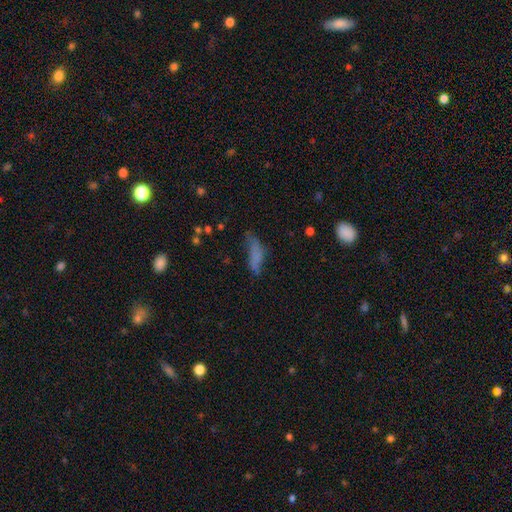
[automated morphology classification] The model was most divided on "merging": none: 40%, minor disturbance: 30%, major disturbance: 25%, merger: 5%. More confident: smooth or featured — smooth (64%); how rounded — in between (56%).